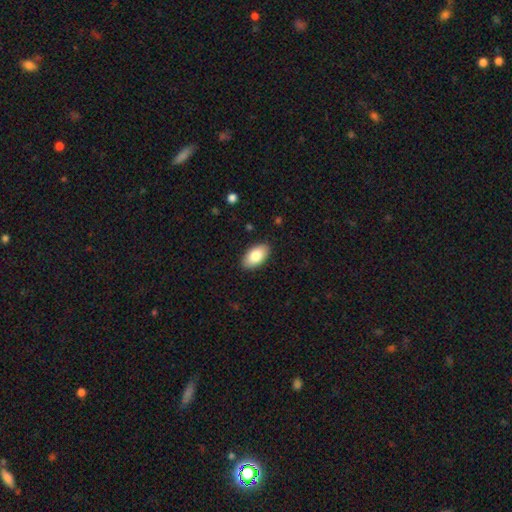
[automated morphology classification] This is clearly a smooth galaxy (81%). How rounded: clearly in between (95%). Merging: clearly none (89%).